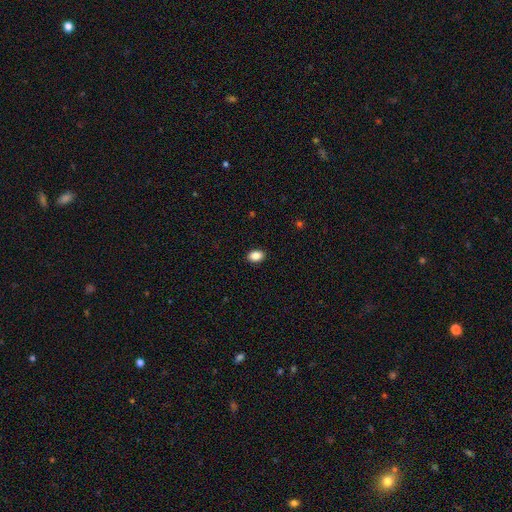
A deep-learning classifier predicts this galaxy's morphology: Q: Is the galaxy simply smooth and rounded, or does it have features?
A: smooth — 88%.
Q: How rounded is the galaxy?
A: in between — 80%.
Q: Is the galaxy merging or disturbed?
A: none — 90%.